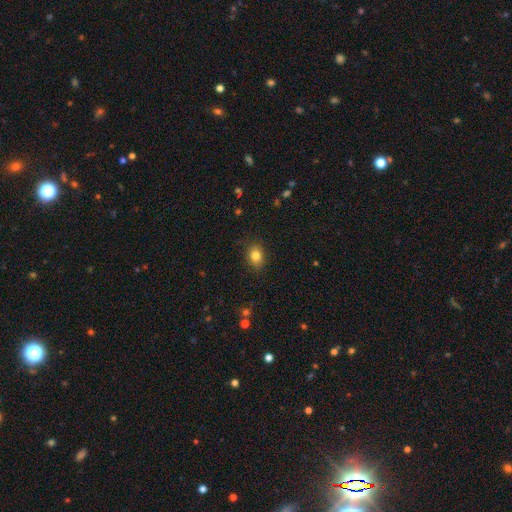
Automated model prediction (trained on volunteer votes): Overall: smooth (82%). How rounded: in between (63%; round 36%). Merging: none (87%).